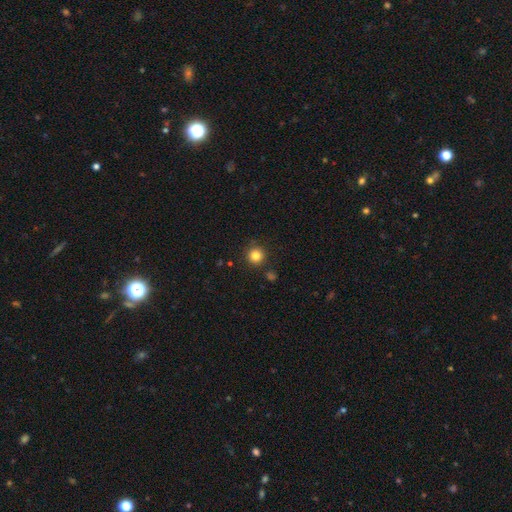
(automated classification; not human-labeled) The model was most divided on "smooth or featured": smooth: 83%, star or artifact: 12%, featured or disk: 5%. More confident: how rounded — round (95%); merging — none (88%).